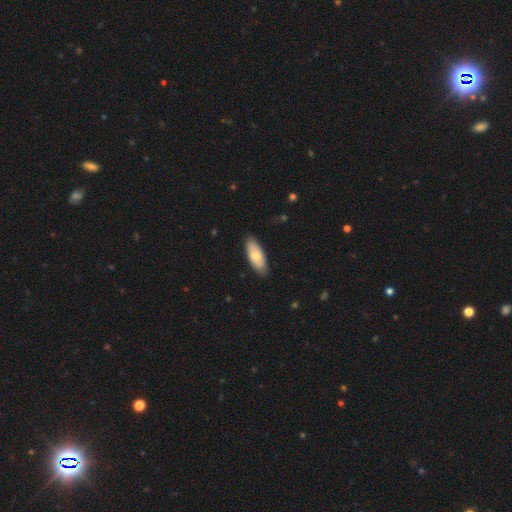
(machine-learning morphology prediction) The model was most divided on "smooth or featured": smooth: 70%, featured or disk: 25%, star or artifact: 5%. More confident: merging — none (85%); how rounded — in between (79%).